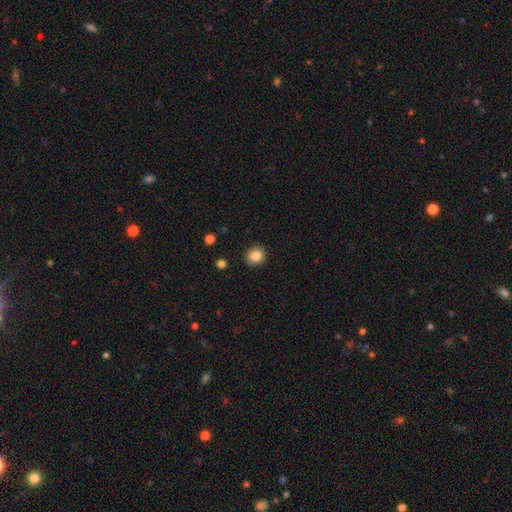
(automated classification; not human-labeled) Morphology: type=smooth (86%); roundness=round (72%); merging=none (88%).